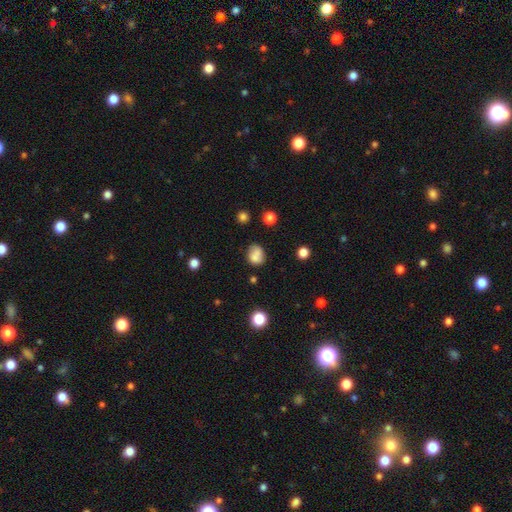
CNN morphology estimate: This appears to be a smooth galaxy with no disk features (77%) that is round (55%). Merging: none (61%).